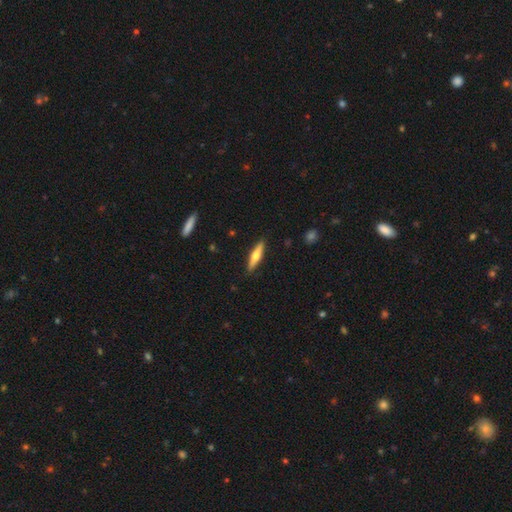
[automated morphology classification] This is possibly a smooth galaxy (48%). Merging: clearly none (90%).